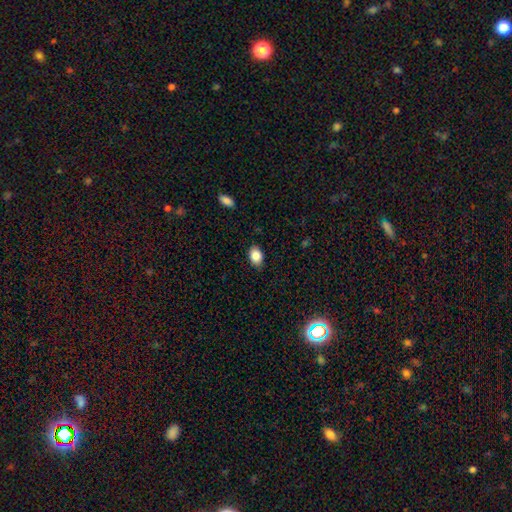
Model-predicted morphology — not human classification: This is clearly a smooth galaxy (86%). How rounded: clearly in between (82%). Merging: clearly none (86%).